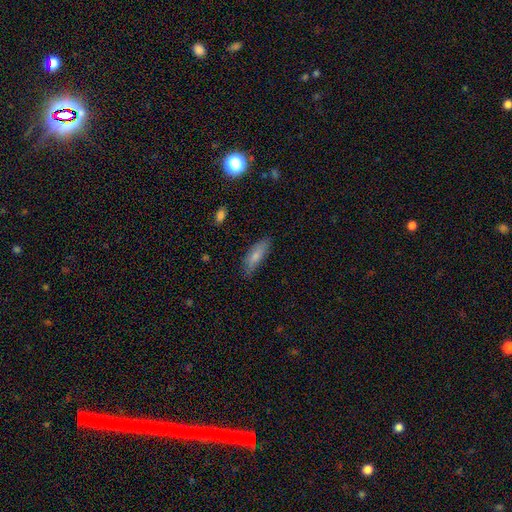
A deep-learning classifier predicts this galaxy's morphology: Smooth or featured? Predicted: smooth (p=0.77). How rounded? Predicted: in between (p=0.56). Merging? Predicted: none (p=0.75).